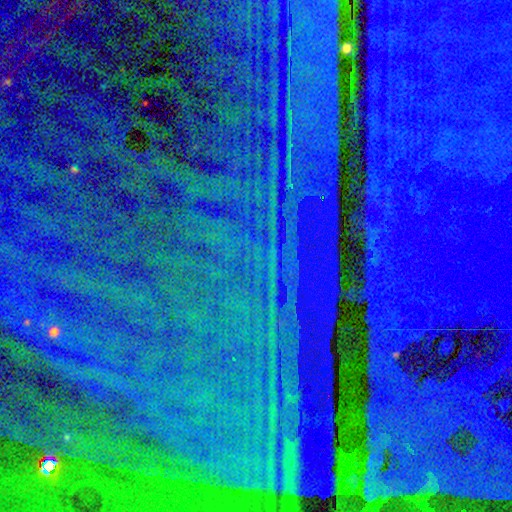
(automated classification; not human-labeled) Q: Smooth or featured?
A: star or artifact (87%); runner-up: featured or disk (7%)